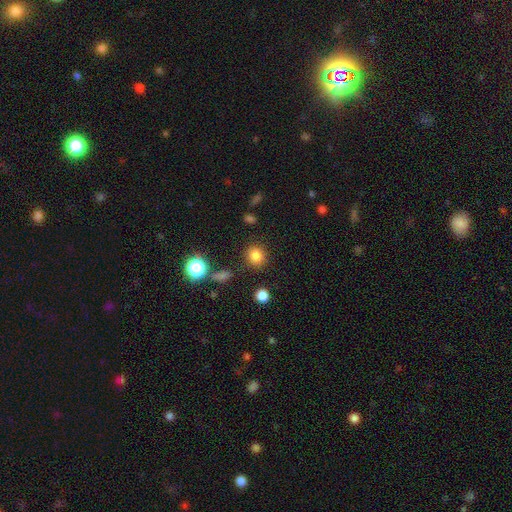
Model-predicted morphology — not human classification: A smooth galaxy with no disk features (81%) that is round (80%).

Vote fractions:
- Smooth or featured? smooth: 81% / star or artifact: 14% / featured or disk: 5%
- How rounded? round: 80% / in between: 19% / cigar-shaped: 1%
- Merging? none: 84% / minor disturbance: 9% / major disturbance: 4% / merger: 3%